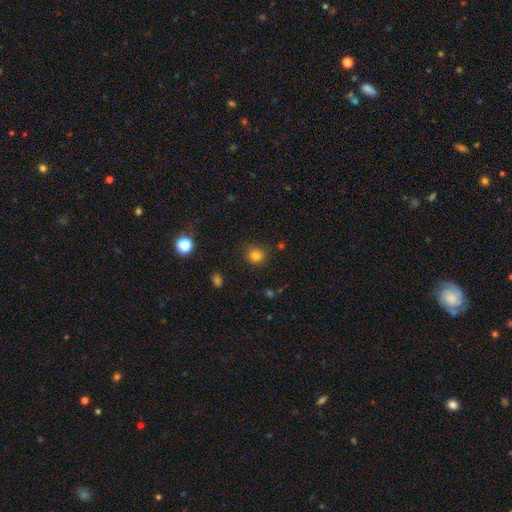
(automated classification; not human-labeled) Morphology: type=smooth (82%); roundness=round (84%); merging=none (82%).